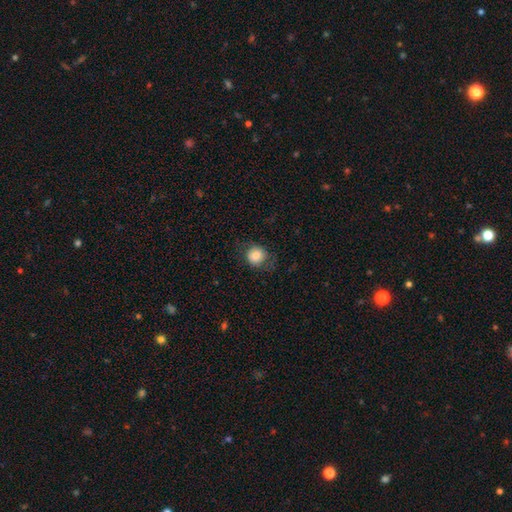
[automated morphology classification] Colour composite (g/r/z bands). It shows a smooth galaxy with no disk features (80%) that is round (86%). Merging: none (75%).